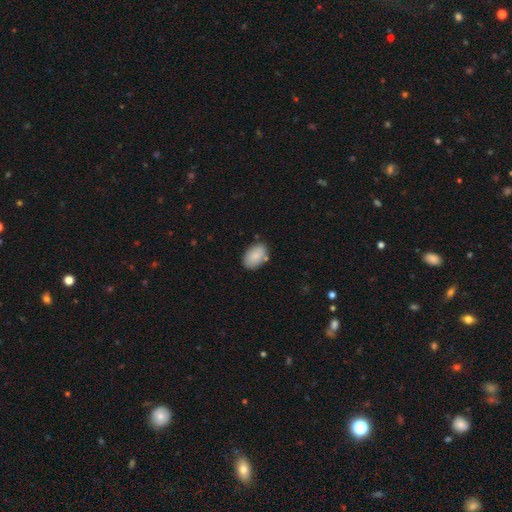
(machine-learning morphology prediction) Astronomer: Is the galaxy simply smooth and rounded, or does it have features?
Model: smooth — 86%.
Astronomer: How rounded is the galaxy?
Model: in between — 91%.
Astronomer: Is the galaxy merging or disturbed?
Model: none — 79%.